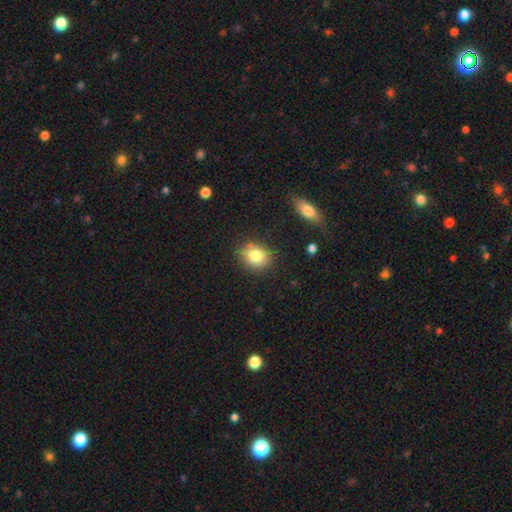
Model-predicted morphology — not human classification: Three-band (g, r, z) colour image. It shows a smooth galaxy with no disk features (81%) that is round (55%). Merging: none (80%).